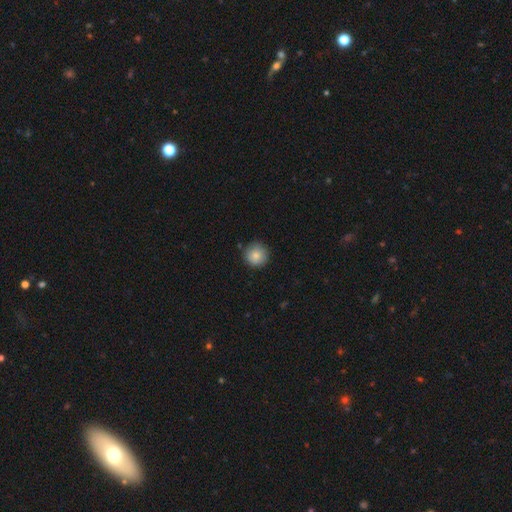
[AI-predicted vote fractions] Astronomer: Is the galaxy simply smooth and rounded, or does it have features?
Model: smooth — 84%.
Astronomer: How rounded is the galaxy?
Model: round — 95%.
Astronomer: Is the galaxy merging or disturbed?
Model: none — 86%.